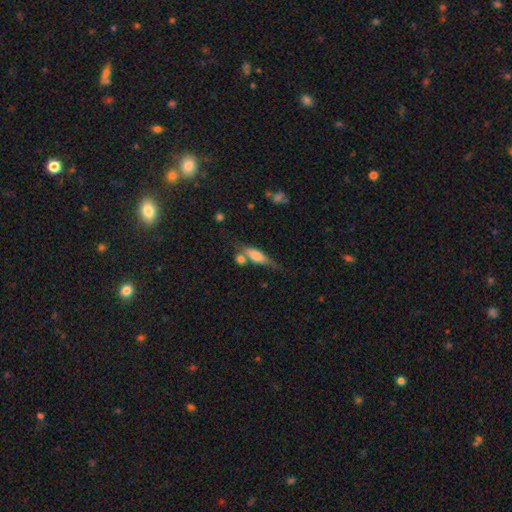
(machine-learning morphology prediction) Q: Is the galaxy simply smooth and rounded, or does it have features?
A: smooth — 54%.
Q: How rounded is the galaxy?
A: cigar-shaped — 53%.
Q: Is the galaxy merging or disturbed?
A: none — 51%.